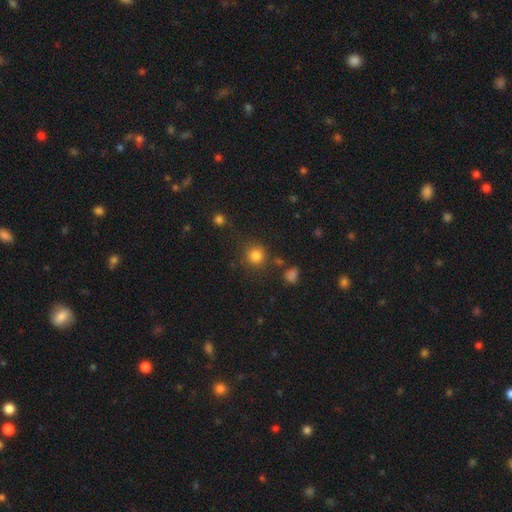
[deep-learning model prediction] Smooth or featured?
  - smooth: 82% *
  - star or artifact: 13%
  - featured or disk: 5%
How rounded?
  - round: 92% *
  - in between: 7%
  - cigar-shaped: 1%
Merging?
  - none: 82% *
  - minor disturbance: 9%
  - merger: 5%
  - major disturbance: 4%